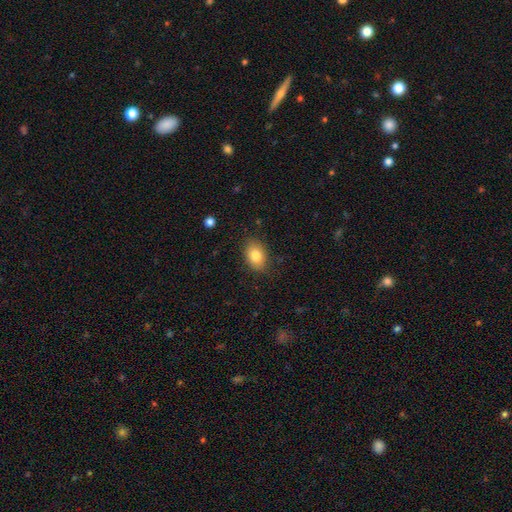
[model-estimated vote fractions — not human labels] A smooth galaxy with no disk features (82%) that is in between round and cigar-shaped (82%). Merging: none (83%).